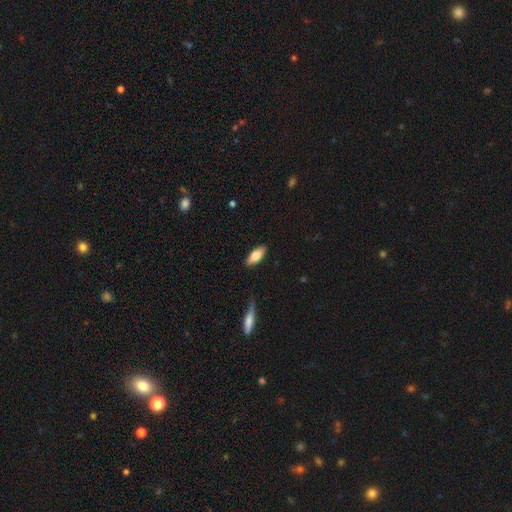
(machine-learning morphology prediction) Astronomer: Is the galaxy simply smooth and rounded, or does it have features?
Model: smooth — 70%.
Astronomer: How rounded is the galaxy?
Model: in between — 73%.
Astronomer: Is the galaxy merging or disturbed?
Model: none — 87%.